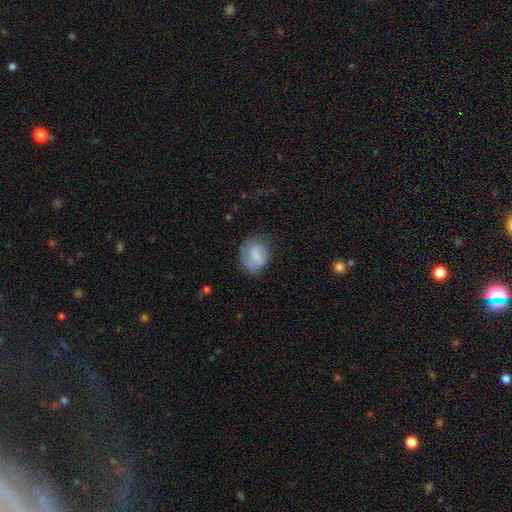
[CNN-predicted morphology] Q: Smooth or featured?
A: smooth (75%); runner-up: featured or disk (17%)
Q: How rounded?
A: round (56%); runner-up: in between (43%)
Q: Merging?
A: none (63%); runner-up: minor disturbance (25%)